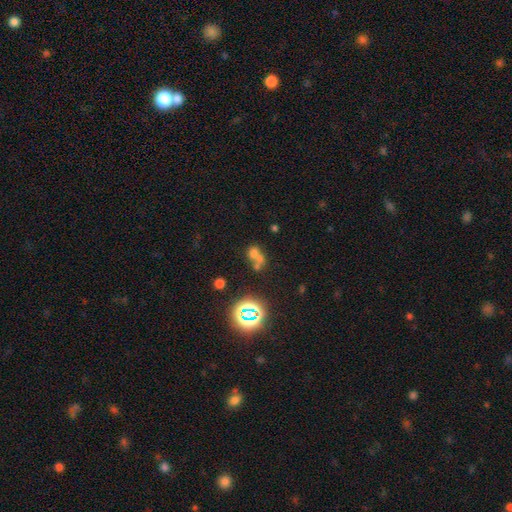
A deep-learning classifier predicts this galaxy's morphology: Smooth or featured? Predicted: smooth (p=0.52). How rounded? Predicted: round (p=0.62). Merging? Predicted: merger (p=0.59).